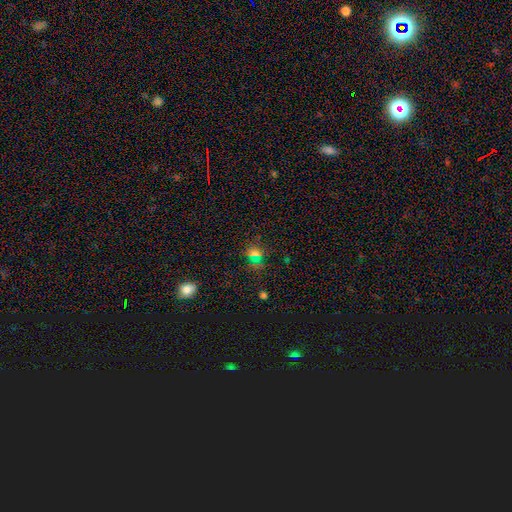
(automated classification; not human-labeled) This is possibly a smooth galaxy (55%). How rounded: possibly round (59%). Merging: likely none (76%).